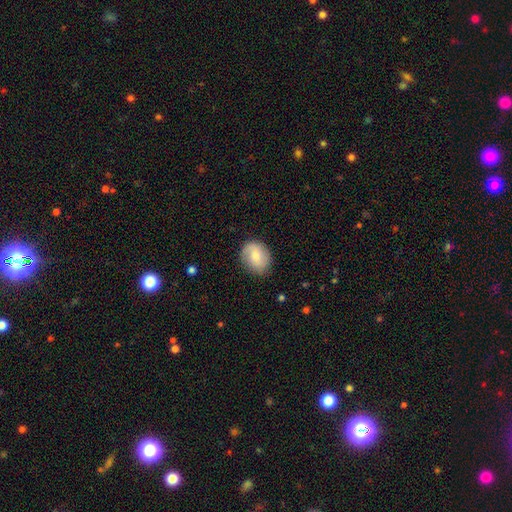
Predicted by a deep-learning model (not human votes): Q: Smooth or featured?
A: smooth (59%); runner-up: featured or disk (34%)
Q: How rounded?
A: round (56%); runner-up: in between (43%)
Q: Merging?
A: none (79%); runner-up: minor disturbance (16%)